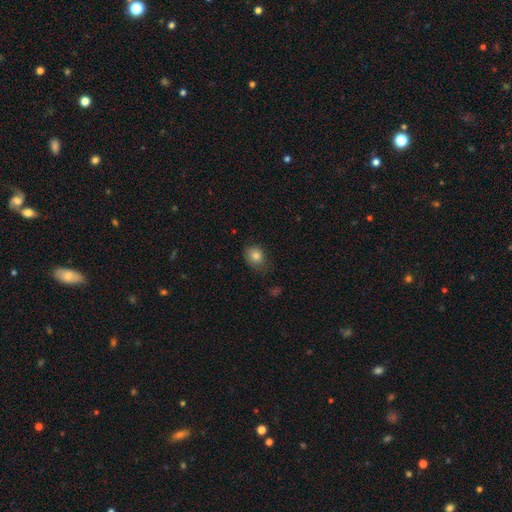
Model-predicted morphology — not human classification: This appears to be a smooth galaxy with no disk features (82%) that is round (52%). Merging: none (70%).